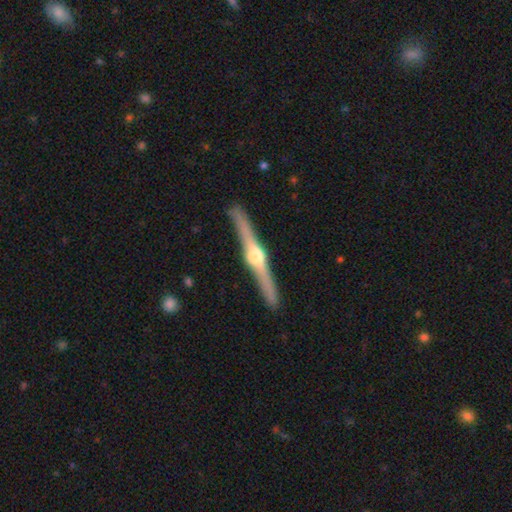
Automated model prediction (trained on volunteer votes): smooth-or-featured: featured or disk: 84% | smooth: 11% | star or artifact: 5%
  disk-edge-on: yes: 98% | no: 2%
    edge-on-bulge: rounded: 94% | boxy: 3% | none: 3%
  merging: none: 92% | minor disturbance: 5% | major disturbance: 1% | merger: 1%